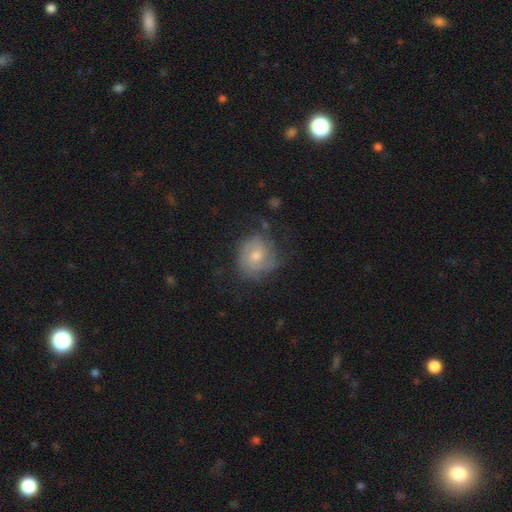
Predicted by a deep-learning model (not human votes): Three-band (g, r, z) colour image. It shows a featured or disk galaxy (56%) with no bar (76%), spiral arms (79%) and a moderate central bulge (58%). Merging: none (62%).